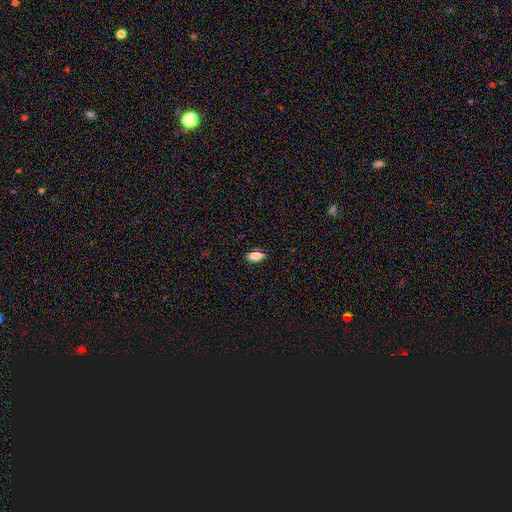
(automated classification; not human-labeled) Smooth or featured? smooth (85%)
How rounded? in between (90%)
Merging? none (87%)